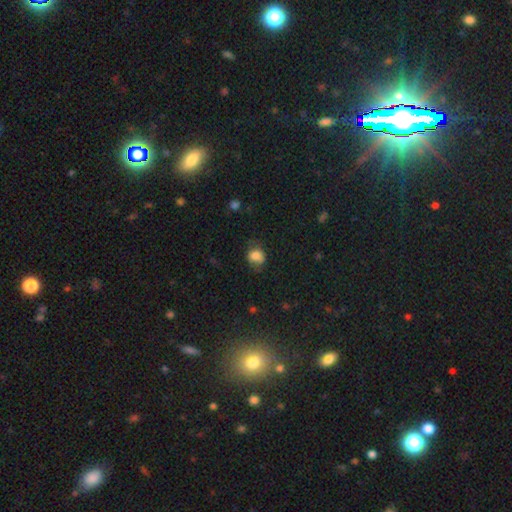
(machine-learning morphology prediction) smooth-or-featured: smooth: 79% | star or artifact: 11% | featured or disk: 11%
  how-rounded: round: 57% | in between: 42% | cigar-shaped: 1%
  merging: none: 56% | minor disturbance: 29% | major disturbance: 12% | merger: 3%